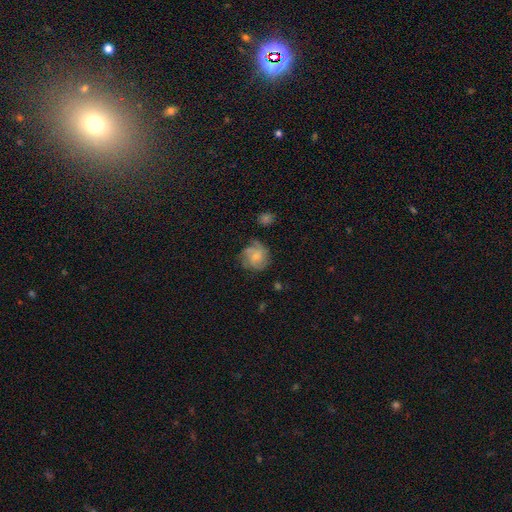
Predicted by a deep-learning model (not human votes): Smooth or featured? Predicted: featured or disk (p=0.48). Merging? Predicted: none (p=0.61).